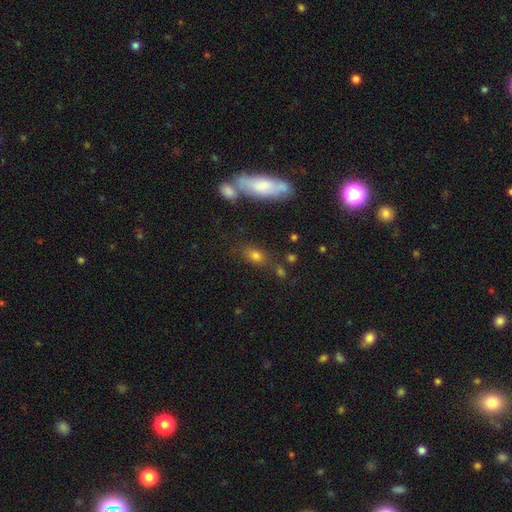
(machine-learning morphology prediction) Q: Smooth or featured?
A: smooth (76%); runner-up: star or artifact (13%)
Q: How rounded?
A: in between (75%); runner-up: round (19%)
Q: Merging?
A: none (71%); runner-up: minor disturbance (15%)